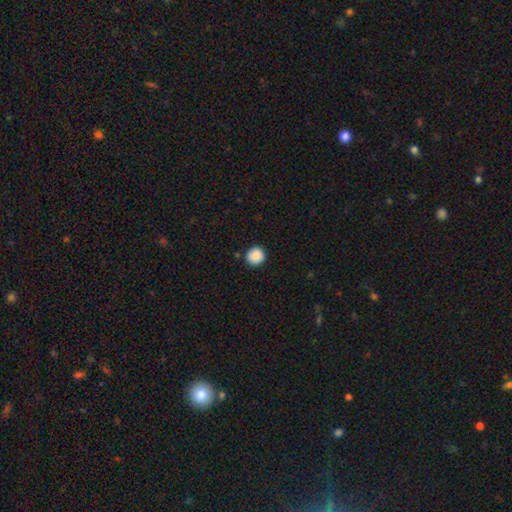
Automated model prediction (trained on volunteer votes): Q: Smooth or featured?
A: smooth (88%); runner-up: star or artifact (8%)
Q: How rounded?
A: round (91%); runner-up: in between (8%)
Q: Merging?
A: none (87%); runner-up: minor disturbance (9%)